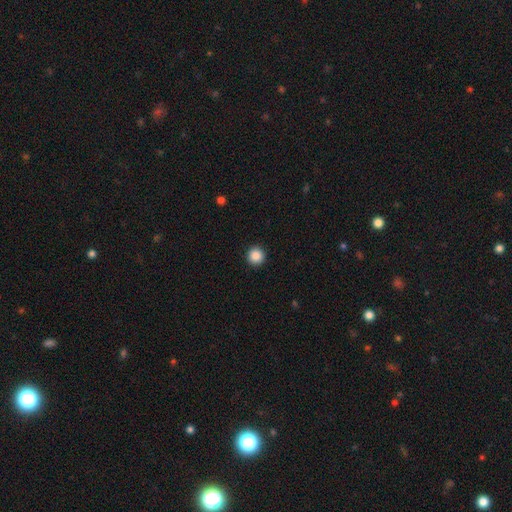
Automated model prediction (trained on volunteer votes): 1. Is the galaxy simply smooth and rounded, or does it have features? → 88% smooth, 9% star or artifact, 3% featured or disk.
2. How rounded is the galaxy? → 96% round, 3% in between, 1% cigar-shaped.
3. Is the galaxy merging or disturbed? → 93% none, 4% minor disturbance, 2% major disturbance, 1% merger.